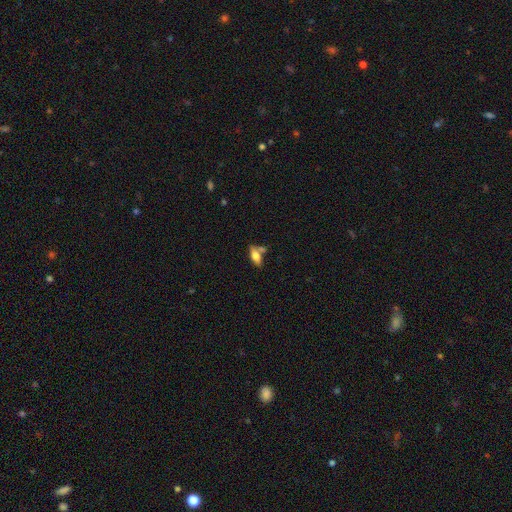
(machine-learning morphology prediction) smooth-or-featured: smooth: 64% | featured or disk: 28% | star or artifact: 8%
  how-rounded: in between: 76% | cigar-shaped: 21% | round: 4%
  merging: none: 56% | merger: 23% | minor disturbance: 16% | major disturbance: 5%